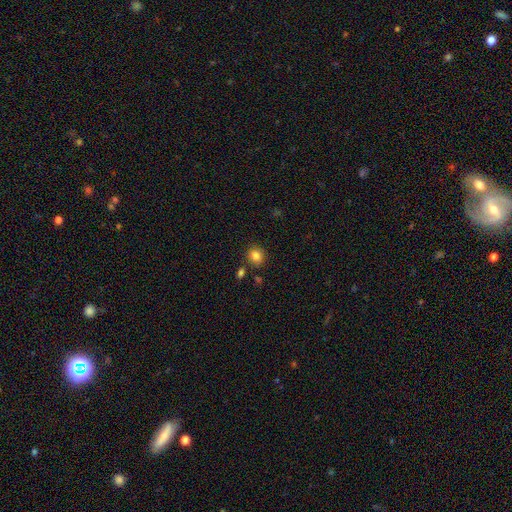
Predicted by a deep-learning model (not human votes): This appears to be a smooth galaxy with no disk features (84%) that is round (78%). Merging: none (83%).